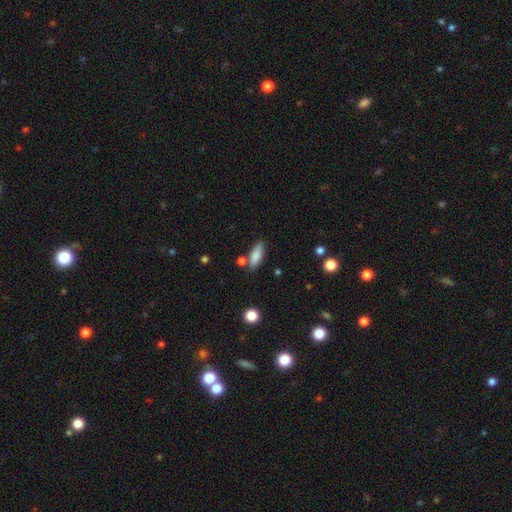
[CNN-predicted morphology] A smooth galaxy with no disk features (82%) that is in between round and cigar-shaped (69%). Merging: none (73%).